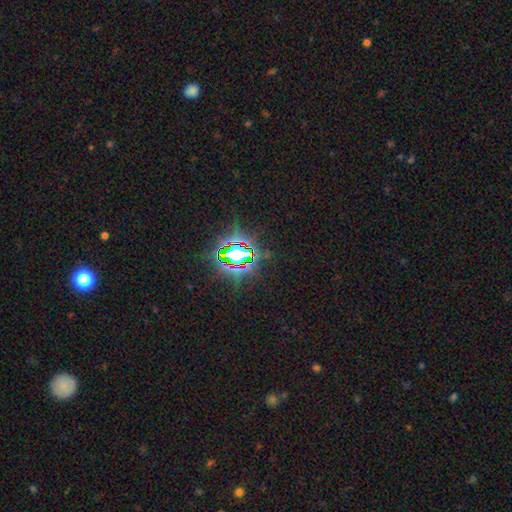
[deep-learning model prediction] Smooth or featured? star or artifact (82%)